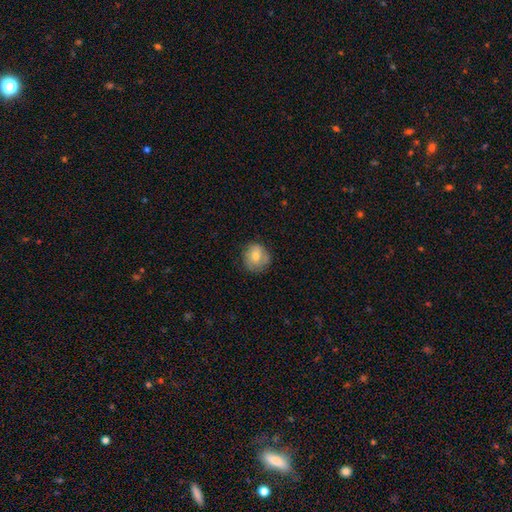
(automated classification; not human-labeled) Smooth or featured? smooth (72%)
How rounded? round (83%)
Merging? none (72%)